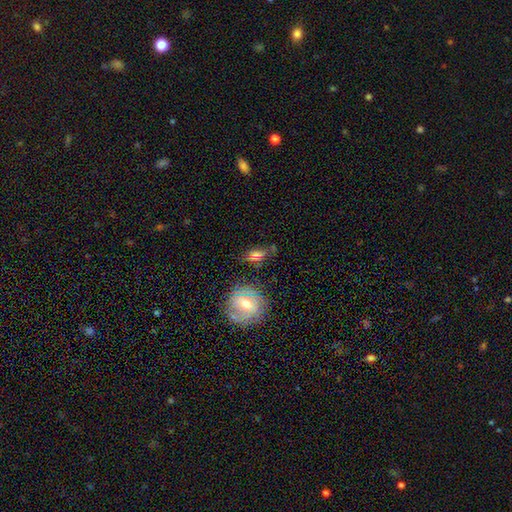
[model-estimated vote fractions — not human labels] The model was most divided on "smooth or featured": smooth: 57%, featured or disk: 24%, star or artifact: 19%. More confident: how rounded — in between (69%); merging — none (65%).